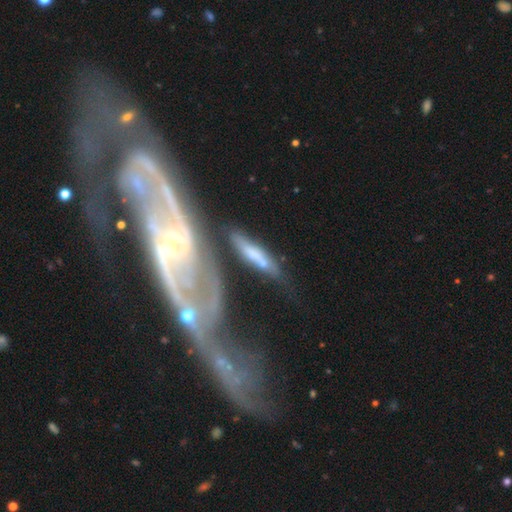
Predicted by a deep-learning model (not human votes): Smooth or featured: featured or disk — 52% (smooth — 39%)
Edge-on disk: no — 53% (yes — 47%)
Merging: none — 45% (minor disturbance — 21%)